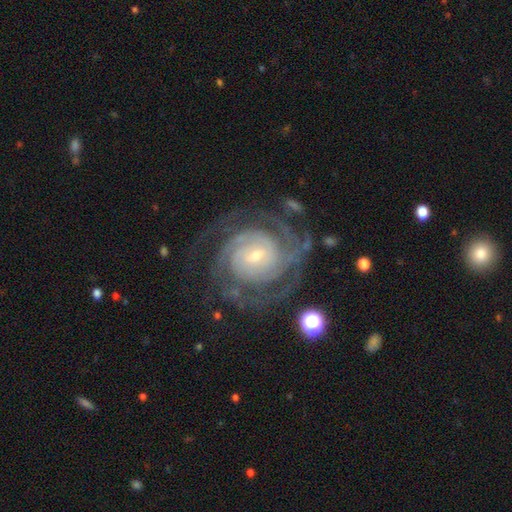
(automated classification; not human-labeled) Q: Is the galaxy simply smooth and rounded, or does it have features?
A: featured or disk — 90%.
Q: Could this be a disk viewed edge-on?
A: no — 98%.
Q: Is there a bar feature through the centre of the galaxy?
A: weak — 44%.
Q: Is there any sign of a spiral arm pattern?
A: yes — 98%.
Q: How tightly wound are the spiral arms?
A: tight — 73%.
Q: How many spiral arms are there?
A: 2 — 27%.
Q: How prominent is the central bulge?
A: small — 67%.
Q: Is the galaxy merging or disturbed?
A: none — 71%.